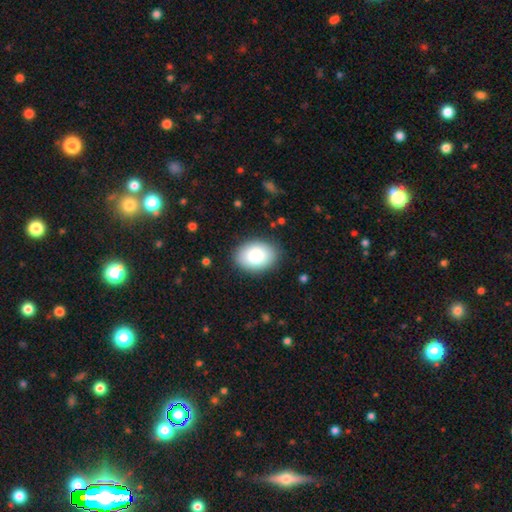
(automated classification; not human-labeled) Smooth or featured? Predicted: smooth (p=0.85). How rounded? Predicted: in between (p=0.79). Merging? Predicted: none (p=0.87).